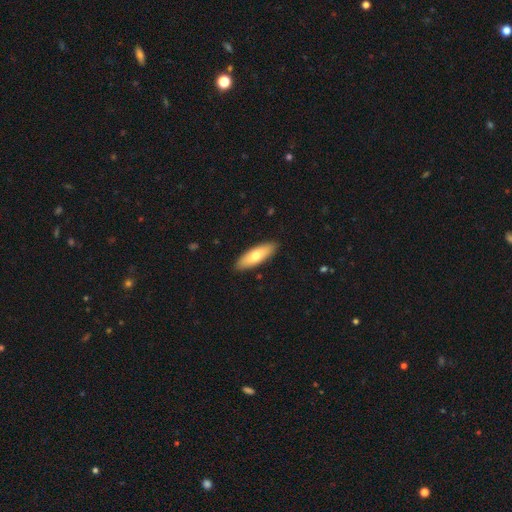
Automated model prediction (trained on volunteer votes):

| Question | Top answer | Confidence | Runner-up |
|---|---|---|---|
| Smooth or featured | smooth | 70% | featured or disk (24%) |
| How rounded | in between | 61% | cigar-shaped (37%) |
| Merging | none | 89% | minor disturbance (8%) |